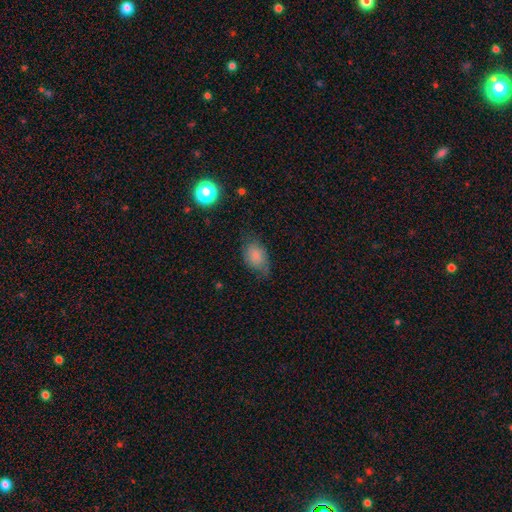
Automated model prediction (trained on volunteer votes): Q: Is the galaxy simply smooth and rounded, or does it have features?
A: smooth — 80%.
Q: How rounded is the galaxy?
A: in between — 86%.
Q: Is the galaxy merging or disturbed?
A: none — 62%.